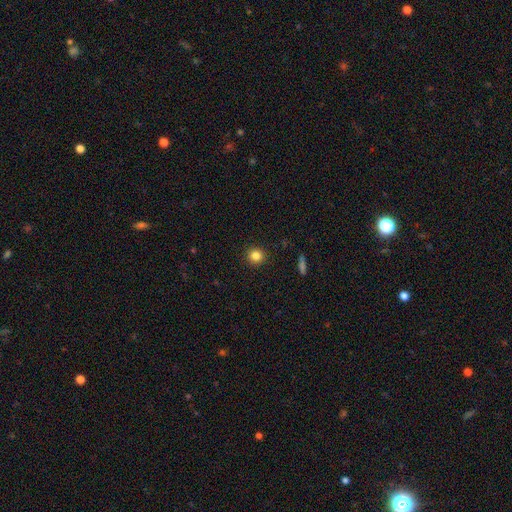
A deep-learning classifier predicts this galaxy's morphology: This appears to be a smooth galaxy with no disk features (83%) that is round (92%). Merging: none (92%).